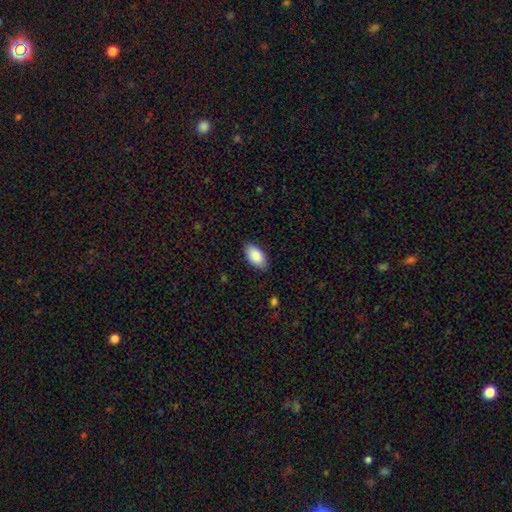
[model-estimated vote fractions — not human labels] smooth 89%, star or artifact 6%, featured or disk 5%. Down the decision tree: how rounded — in between (95%); merging — none (85%).